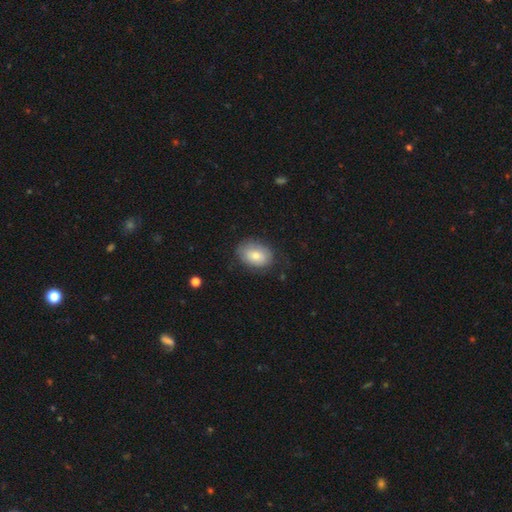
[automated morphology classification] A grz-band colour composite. It shows a smooth galaxy with no disk features (75%) that is in between round and cigar-shaped (79%). Merging: none (70%).